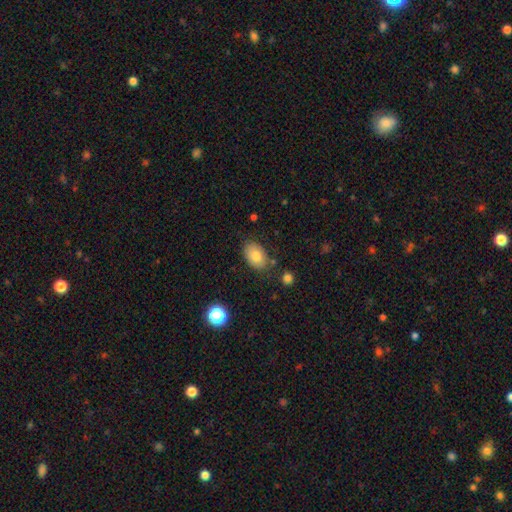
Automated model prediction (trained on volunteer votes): Morphology: type=smooth (81%); roundness=in between (86%); merging=none (78%).